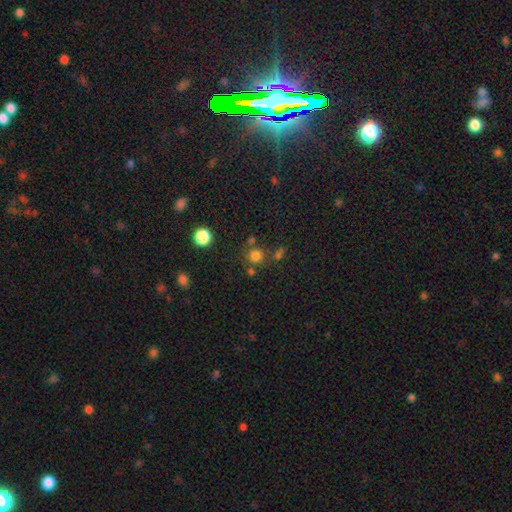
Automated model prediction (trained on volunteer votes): This is likely a smooth galaxy (74%). How rounded: clearly round (88%). Merging: likely none (71%).